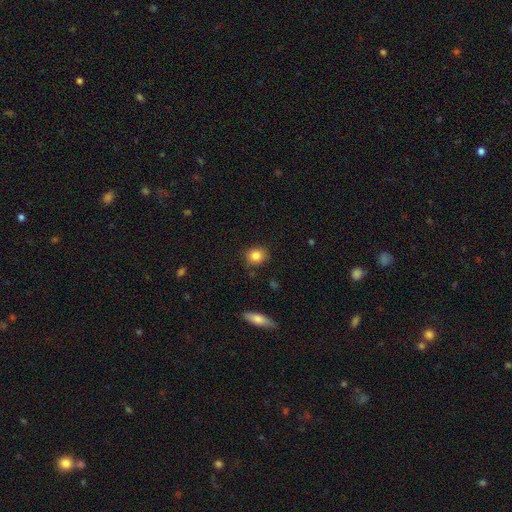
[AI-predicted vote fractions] Smooth or featured? Predicted: smooth (p=0.85). How rounded? Predicted: round (p=0.73). Merging? Predicted: none (p=0.84).